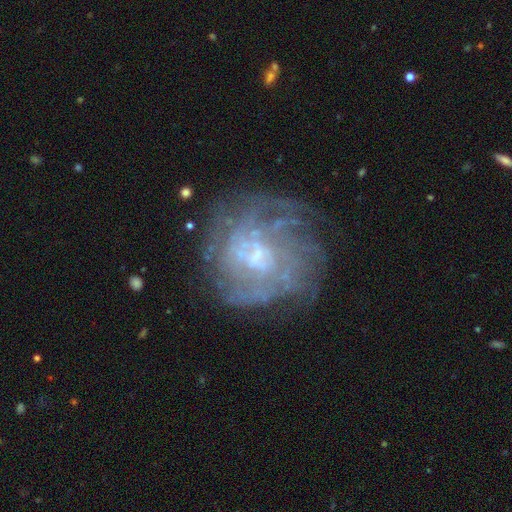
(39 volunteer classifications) A featured or disk galaxy (90%) with no bar (53%), tight (43%) spiral arms (88%) and a small central bulge (41%).

Vote fractions:
- Smooth or featured? featured or disk: 90% / smooth: 10% / star or artifact: 0%
- Edge-on disk? no: 97% / yes: 3%
- Bar? no: 53% / weak: 44% / strong: 3%
- Spiral arms? yes: 88% / no: 12%
- Spiral winding? tight: 43% / medium: 33% / loose: 23%
- Spiral arm count? can't tell: 33% / 3: 27% / 2: 20% / 1: 7% / 4: 7% / more than 4: 7%
- Bulge size? small: 41% / moderate: 29% / none: 21% / large: 9% / dominant: 0%
- Merging? none: 64% / minor disturbance: 26% / major disturbance: 10% / merger: 0%